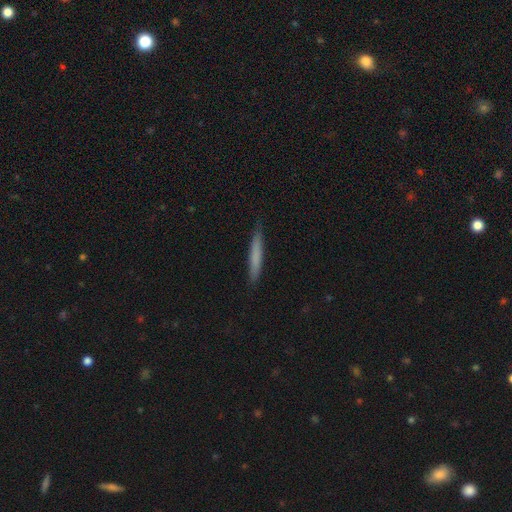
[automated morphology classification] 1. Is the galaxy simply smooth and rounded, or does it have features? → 72% smooth, 22% featured or disk, 6% star or artifact.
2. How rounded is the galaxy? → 95% cigar-shaped, 3% in between, 1% round.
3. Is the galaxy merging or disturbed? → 87% none, 10% minor disturbance, 2% major disturbance, 1% merger.